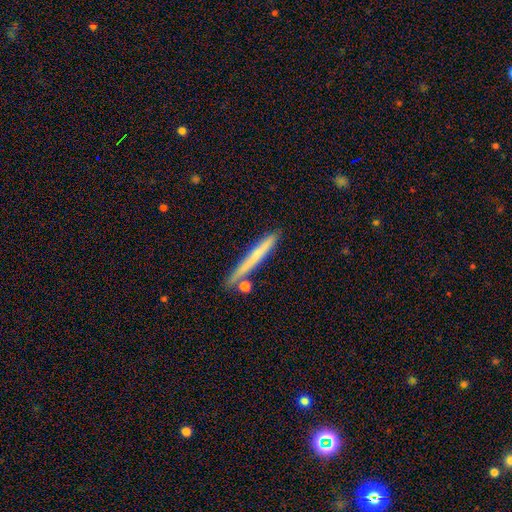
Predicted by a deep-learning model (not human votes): The model was most divided on "smooth or featured": smooth: 61%, featured or disk: 32%, star or artifact: 7%. More confident: how rounded — cigar-shaped (96%); merging — none (79%).